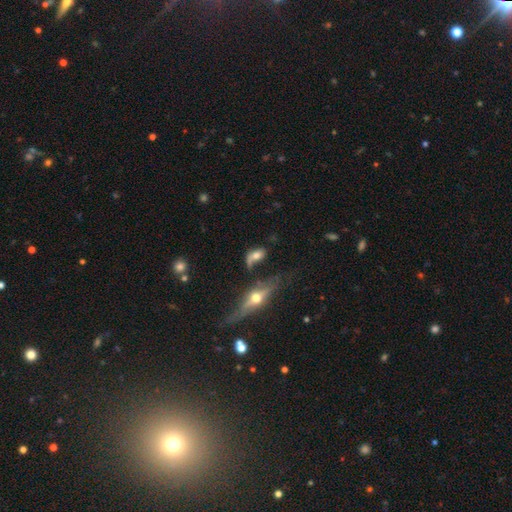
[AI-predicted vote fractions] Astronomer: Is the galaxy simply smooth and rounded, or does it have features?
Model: smooth — 55% (runner-up: featured or disk, 34%).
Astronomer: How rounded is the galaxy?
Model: in between — 81%.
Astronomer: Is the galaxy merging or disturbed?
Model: none — 37% (runner-up: minor disturbance, 23%).